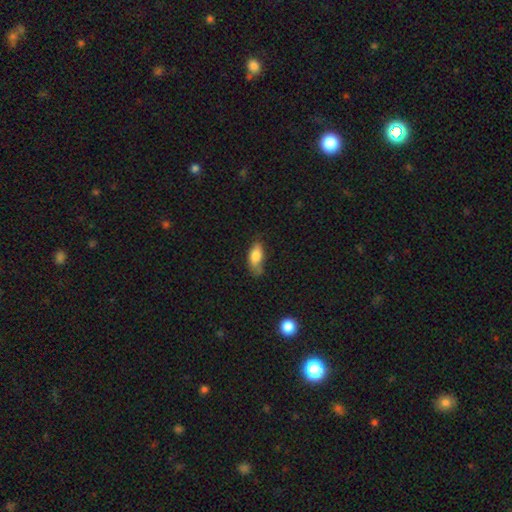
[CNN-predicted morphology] smooth_or_featured: smooth (p=0.81) [alt: featured or disk p=0.12]
how_rounded: in between (p=0.85) [alt: cigar-shaped p=0.12]
merging: none (p=0.56) [alt: minor disturbance p=0.32]